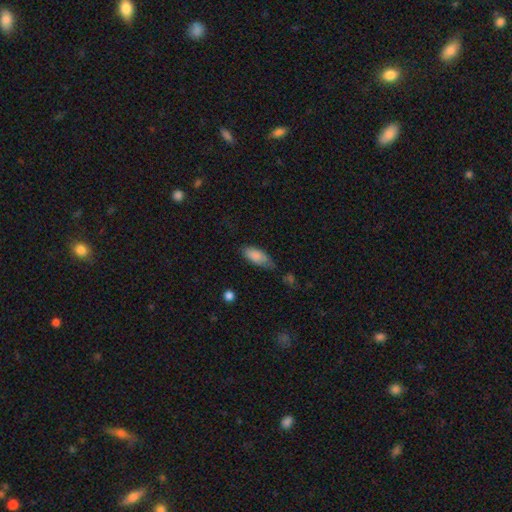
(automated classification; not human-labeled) smooth 85%, featured or disk 8%, star or artifact 7%. Down the decision tree: how rounded — in between (84%); merging — none (52%).